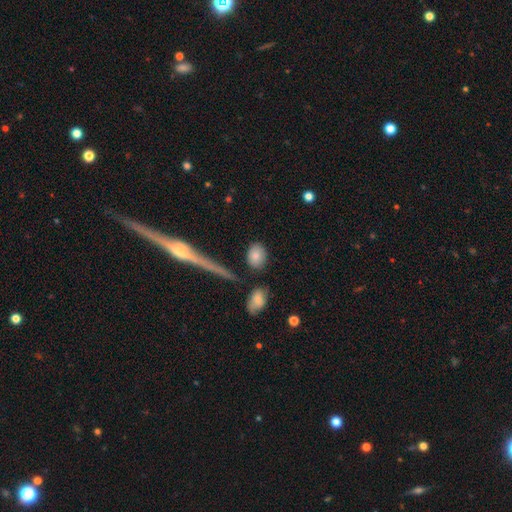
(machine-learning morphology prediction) Overall: smooth (83%). How rounded: in between (60%; round 36%). Merging: none (81%).